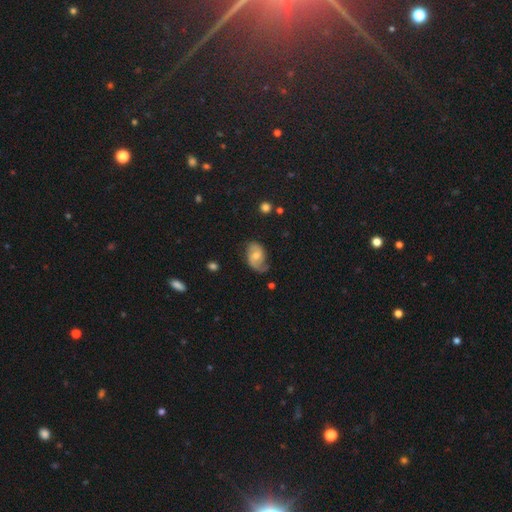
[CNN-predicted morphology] featured or disk 68%, smooth 25%, star or artifact 7%. Down the decision tree: edge-on disk — no (97%); bar — no (54%); spiral arms — yes (91%); spiral arm count — 2 (76%); spiral winding — medium (44%); bulge size — moderate (54%); merging — none (59%).